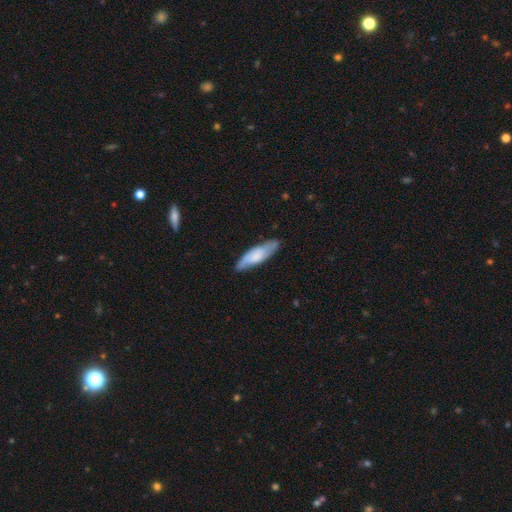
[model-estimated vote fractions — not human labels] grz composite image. It shows a smooth galaxy with no disk features (53%) that is cigar-shaped (56%). Merging: none (79%).